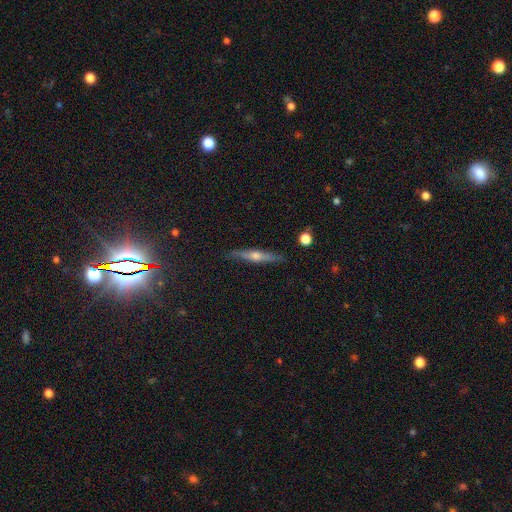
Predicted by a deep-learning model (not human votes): Q: Smooth or featured?
A: featured or disk (65%); runner-up: smooth (28%)
Q: Edge-on disk?
A: yes (96%); runner-up: no (4%)
Q: Edge-on bulge?
A: rounded (88%); runner-up: none (7%)
Q: Merging?
A: none (88%); runner-up: minor disturbance (9%)